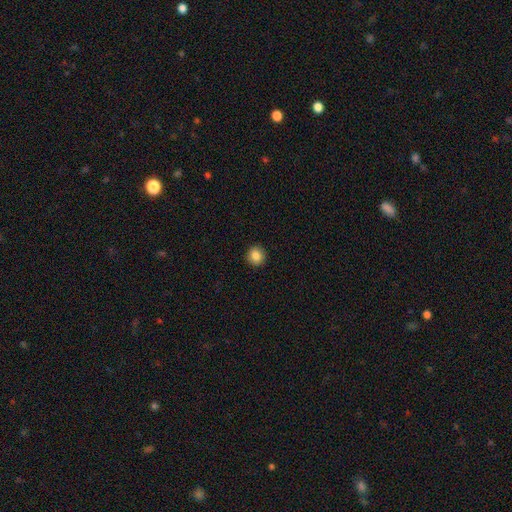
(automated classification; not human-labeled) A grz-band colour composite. It shows a smooth galaxy with no disk features (86%) that is round (91%). Merging: none (93%).